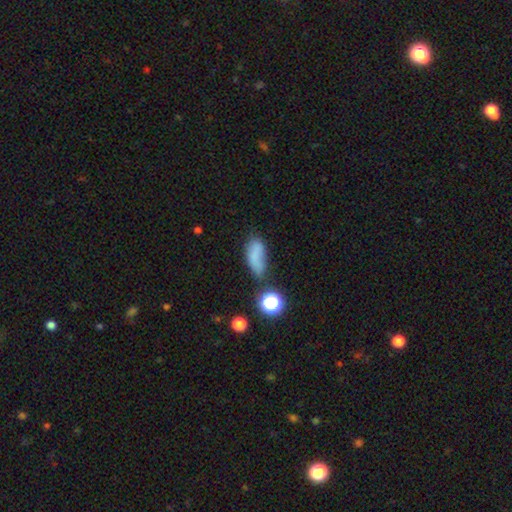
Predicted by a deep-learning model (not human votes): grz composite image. It shows a smooth galaxy with no disk features (70%) that is in between round and cigar-shaped (80%). Merging: none (47%).